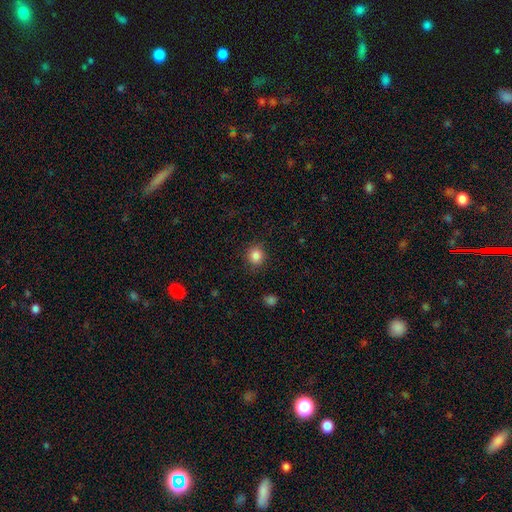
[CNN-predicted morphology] A smooth galaxy with no disk features (85%) that is round (87%). Merging: none (88%).